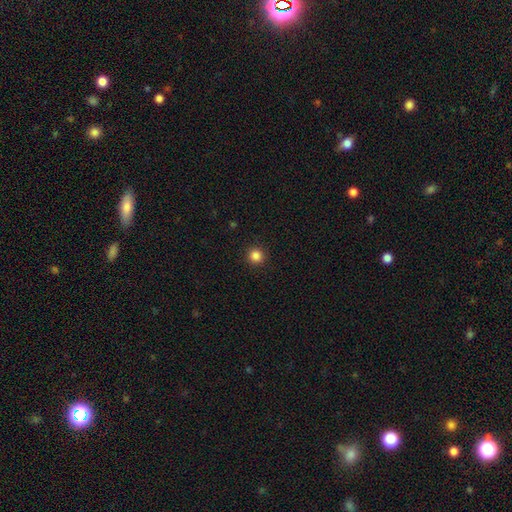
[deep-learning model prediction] smooth 85%, star or artifact 12%, featured or disk 3%. Down the decision tree: how rounded — round (96%); merging — none (93%).